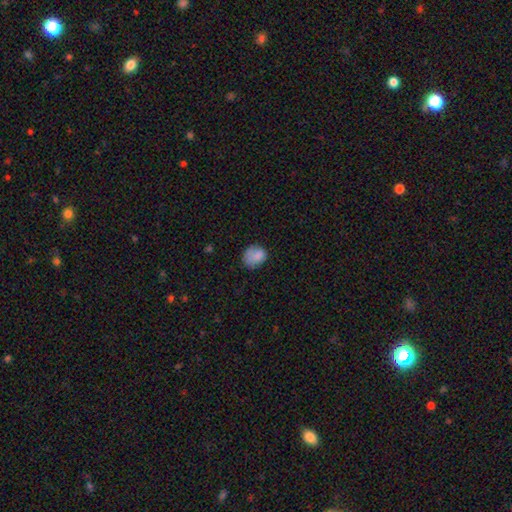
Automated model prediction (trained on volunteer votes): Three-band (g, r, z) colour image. It shows a smooth galaxy with no disk features (80%) that is round (55%). Merging: none (58%).